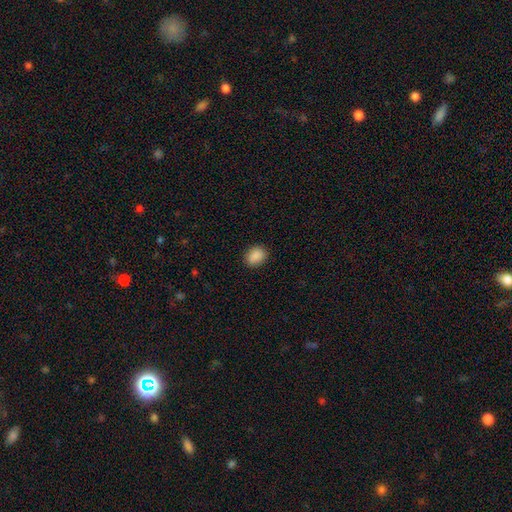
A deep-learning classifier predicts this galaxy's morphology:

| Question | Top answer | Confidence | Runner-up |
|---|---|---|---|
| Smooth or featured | smooth | 89% | star or artifact (8%) |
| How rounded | in between | 56% | round (43%) |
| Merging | none | 86% | minor disturbance (10%) |